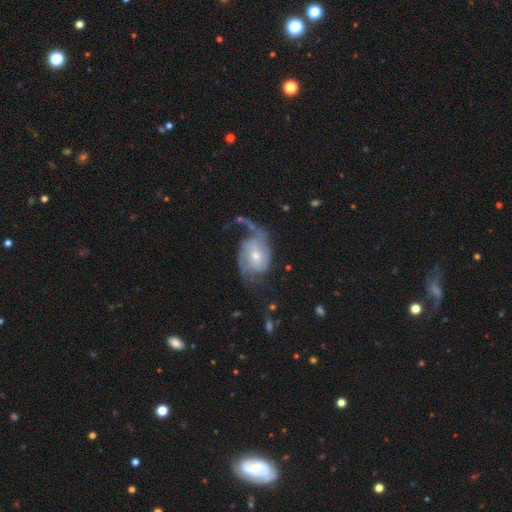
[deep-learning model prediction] Smooth or featured?
  - featured or disk: 75% *
  - smooth: 19%
  - star or artifact: 6%
Edge-on disk?
  - no: 96% *
  - yes: 4%
Bar?
  - no: 55% *
  - weak: 36%
  - strong: 9%
Spiral arms?
  - yes: 87% *
  - no: 13%
Spiral winding?
  - loose: 58% *
  - medium: 30%
  - tight: 12%
Spiral arm count?
  - 2: 59% *
  - 1: 22%
  - can't tell: 11%
  - 3: 4%
  - 4: 2%
  - more than 4: 2%
Bulge size?
  - small: 56% *
  - moderate: 39%
  - large: 3%
  - none: 2%
  - dominant: 1%
Merging?
  - major disturbance: 41% *
  - none: 35%
  - minor disturbance: 19%
  - merger: 5%